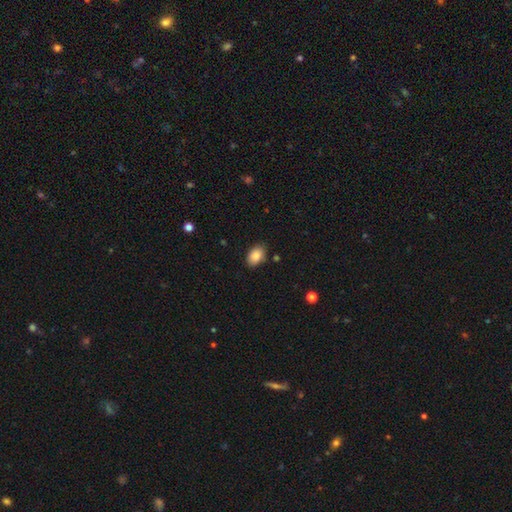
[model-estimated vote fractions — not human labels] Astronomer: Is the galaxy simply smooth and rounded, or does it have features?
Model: smooth — 88%.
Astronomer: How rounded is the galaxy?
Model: in between — 87%.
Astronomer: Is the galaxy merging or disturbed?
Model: none — 83%.